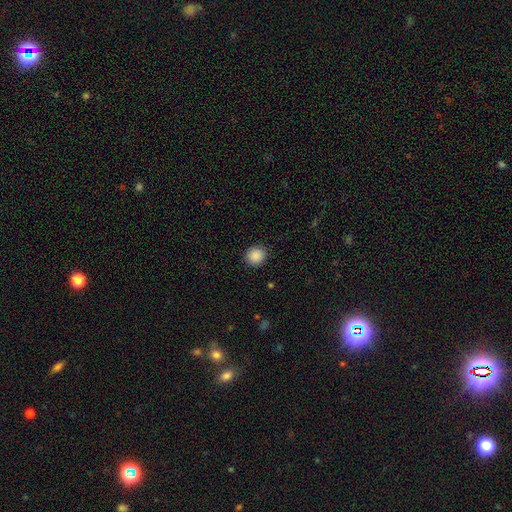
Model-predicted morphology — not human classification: smooth-or-featured: smooth: 88% | star or artifact: 9% | featured or disk: 3%
  how-rounded: round: 88% | in between: 11% | cigar-shaped: 1%
  merging: none: 90% | minor disturbance: 7% | major disturbance: 2% | merger: 1%